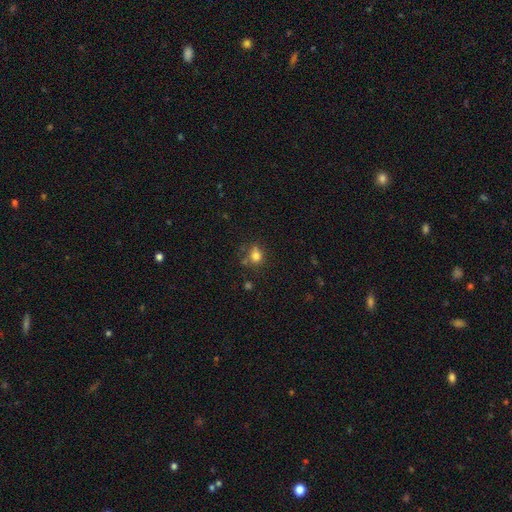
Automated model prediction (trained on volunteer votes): smooth 77%, star or artifact 14%, featured or disk 9%. Down the decision tree: how rounded — round (75%); merging — none (62%).